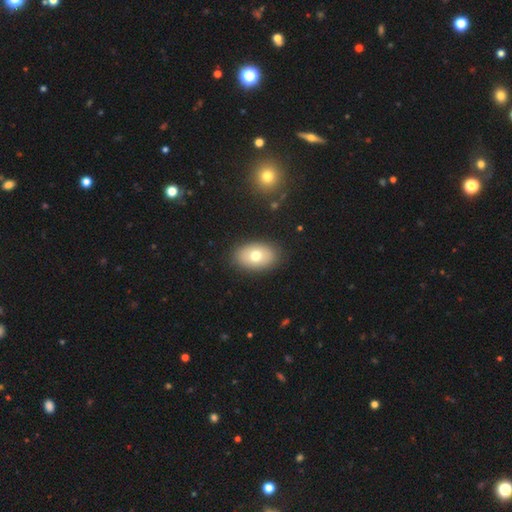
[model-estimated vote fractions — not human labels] Smooth or featured? smooth (71%)
How rounded? in between (87%)
Merging? none (87%)